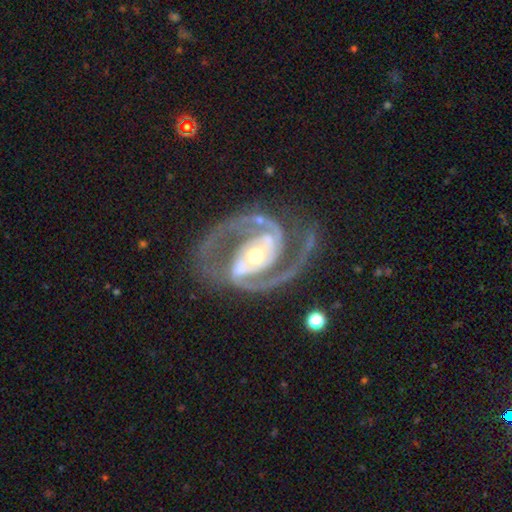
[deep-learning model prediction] Morphology: type=featured or disk (94%); edge-on=no (98%); bar=strong (35%); spiral arms=yes (98%); winding=medium (58%); arm count=2 (91%); bulge=moderate (69%); merging=none (72%).